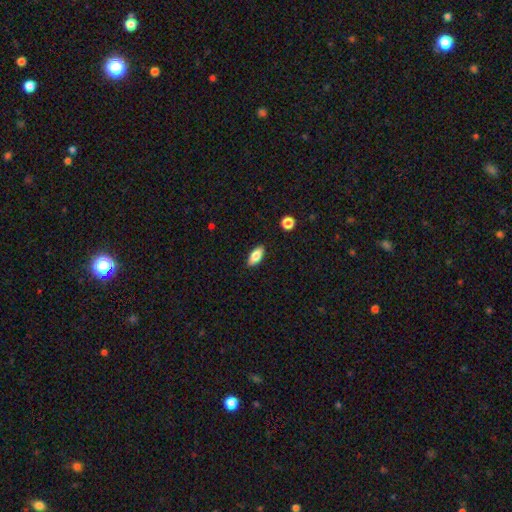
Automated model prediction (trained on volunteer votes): smooth_or_featured: smooth (p=0.80) [alt: featured or disk p=0.13]
how_rounded: in between (p=0.86) [alt: cigar-shaped p=0.11]
merging: none (p=0.88) [alt: minor disturbance p=0.09]